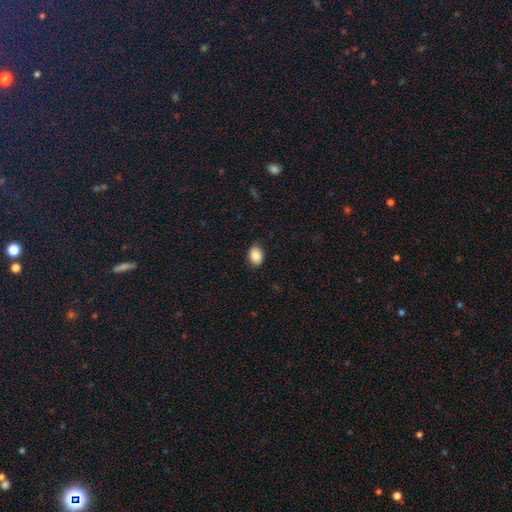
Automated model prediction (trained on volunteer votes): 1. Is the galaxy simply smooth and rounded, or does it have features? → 88% smooth, 8% star or artifact, 5% featured or disk.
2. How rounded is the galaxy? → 76% in between, 23% round, 1% cigar-shaped.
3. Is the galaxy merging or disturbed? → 82% none, 14% minor disturbance, 3% major disturbance, 1% merger.